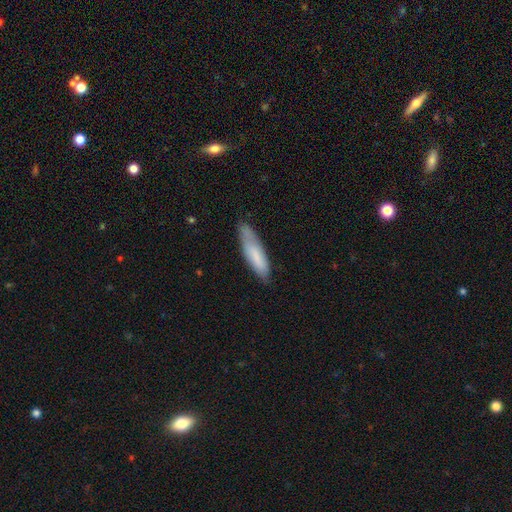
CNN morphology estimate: smooth_or_featured: smooth (p=0.72) [alt: featured or disk p=0.21]
how_rounded: cigar-shaped (p=0.64) [alt: in between p=0.35]
merging: none (p=0.66) [alt: minor disturbance p=0.25]